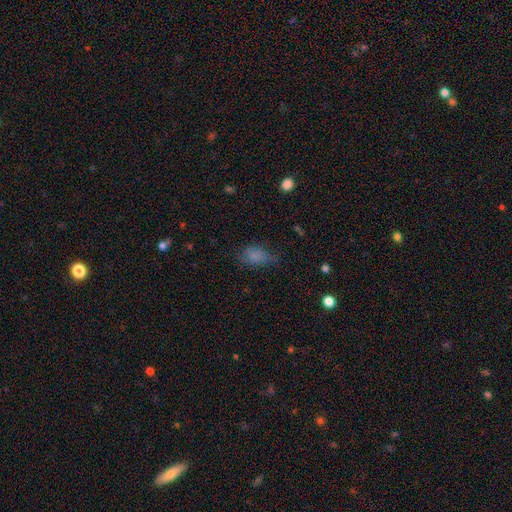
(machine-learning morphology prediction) smooth_or_featured: smooth (p=0.77) [alt: star or artifact p=0.13]
how_rounded: in between (p=0.84) [alt: round p=0.12]
merging: none (p=0.52) [alt: minor disturbance p=0.32]